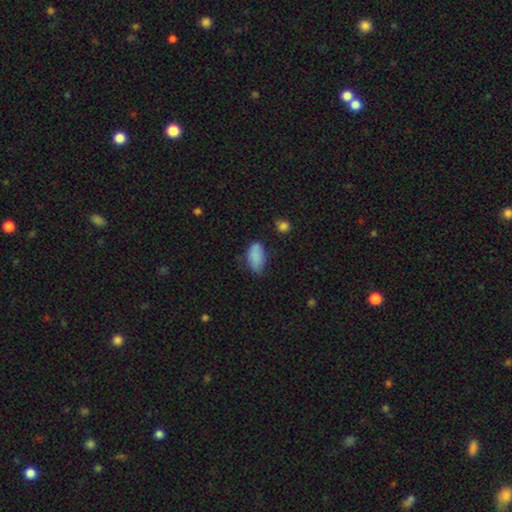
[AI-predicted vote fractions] This appears to be a smooth galaxy with no disk features (83%) that is in between round and cigar-shaped (91%). Merging: none (49%).